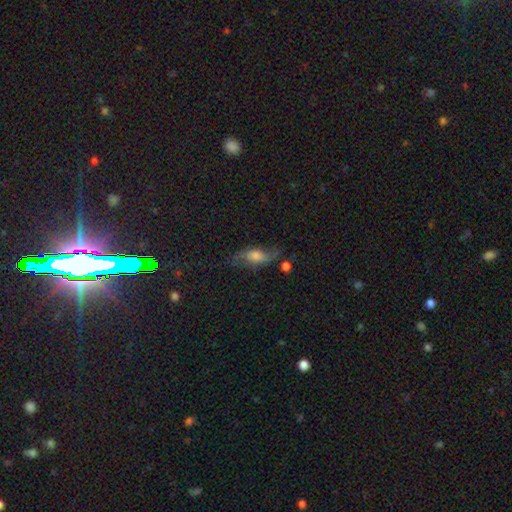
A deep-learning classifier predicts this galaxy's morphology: smooth 45% (tied), featured or disk 45% (tied), star or artifact 11%. Down the decision tree: merging — none (59%).